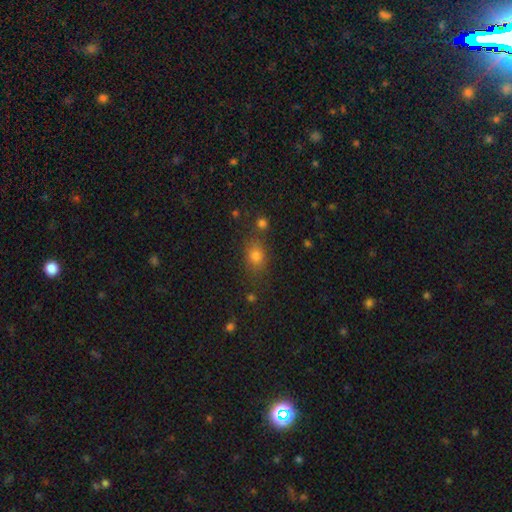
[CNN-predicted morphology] Smooth or featured? smooth (75%)
How rounded? in between (52%)
Merging? none (72%)